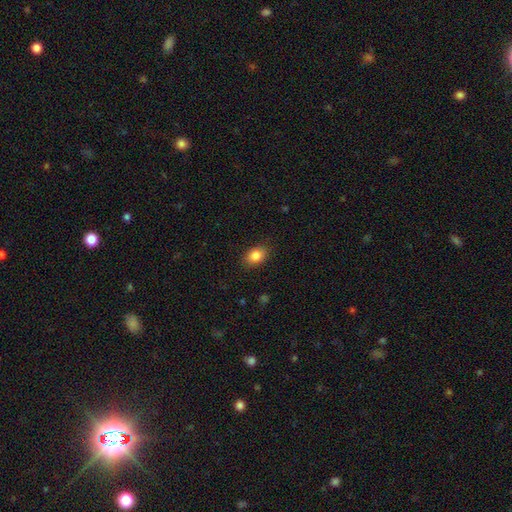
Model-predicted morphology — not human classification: Smooth or featured? smooth (85%)
How rounded? in between (73%)
Merging? none (87%)